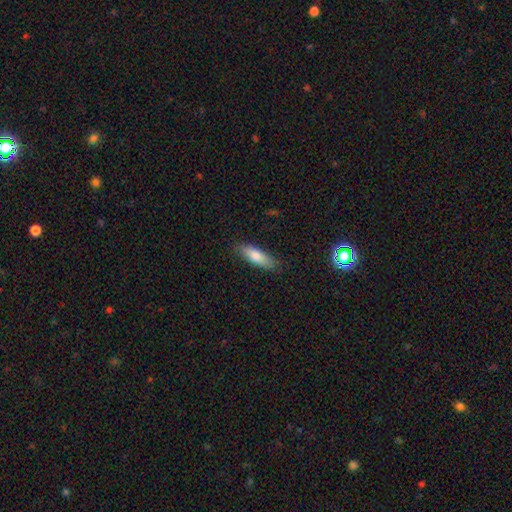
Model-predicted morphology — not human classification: Overall: smooth (80%). How rounded: in between (55%; cigar-shaped 44%). Merging: none (82%).